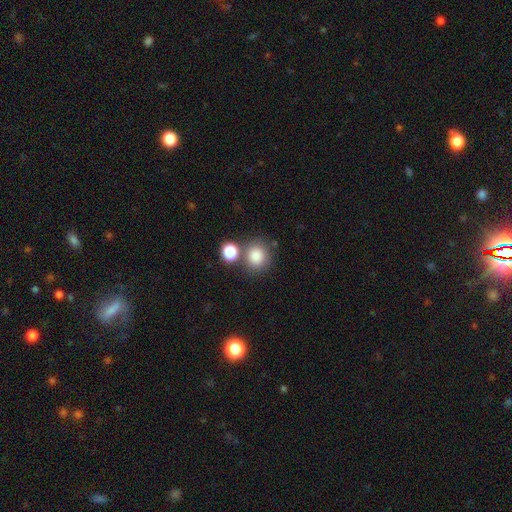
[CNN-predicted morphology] This appears to be a smooth galaxy with no disk features (83%) that is round (84%). Merging: none (67%).